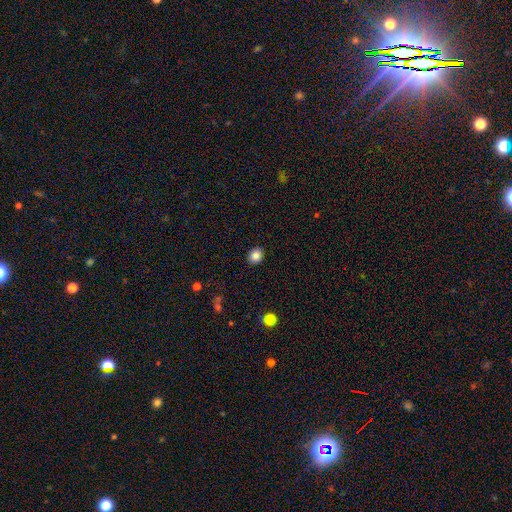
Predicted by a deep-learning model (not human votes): A smooth galaxy with no disk features (85%) that is round (60%).

Vote fractions:
- Smooth or featured? smooth: 85% / star or artifact: 10% / featured or disk: 5%
- How rounded? round: 60% / in between: 39% / cigar-shaped: 1%
- Merging? none: 90% / minor disturbance: 7% / major disturbance: 2% / merger: 1%